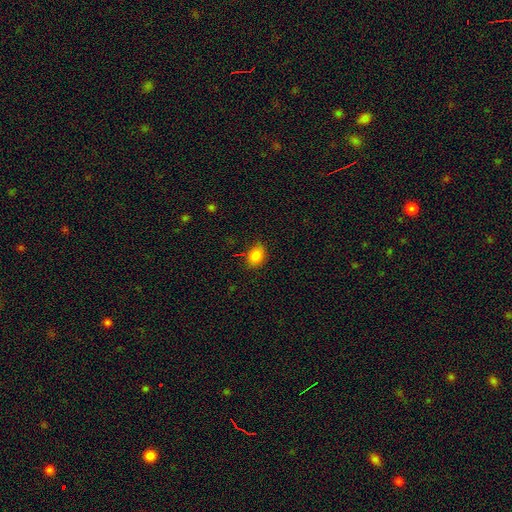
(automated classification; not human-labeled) smooth-or-featured: smooth: 84% | star or artifact: 10% | featured or disk: 6%
  how-rounded: in between: 71% | round: 28% | cigar-shaped: 1%
  merging: none: 81% | minor disturbance: 14% | major disturbance: 3% | merger: 2%